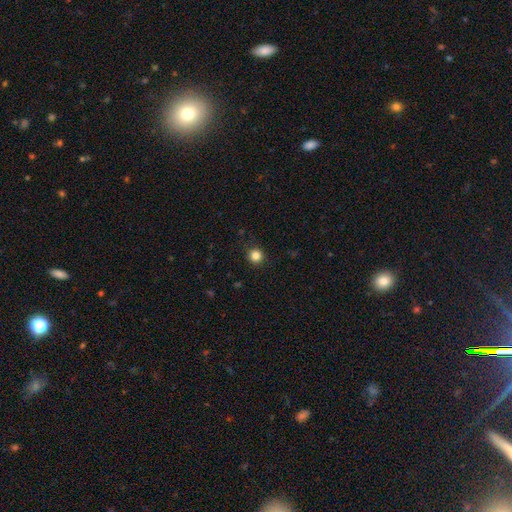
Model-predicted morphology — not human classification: Smooth or featured? Predicted: smooth (p=0.84). How rounded? Predicted: round (p=0.94). Merging? Predicted: none (p=0.91).